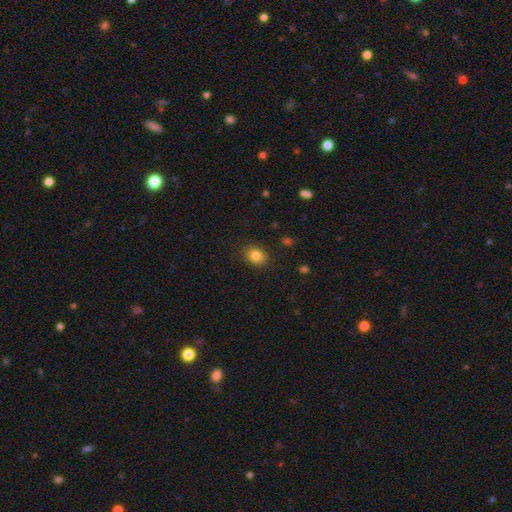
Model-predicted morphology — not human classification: smooth 83%, star or artifact 11%, featured or disk 6%. Down the decision tree: how rounded — round (51%); merging — none (86%).